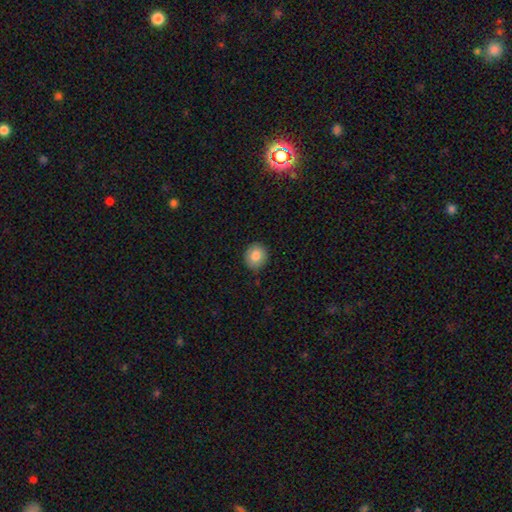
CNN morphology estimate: type=smooth (84%); roundness=round (78%); merging=none (86%).